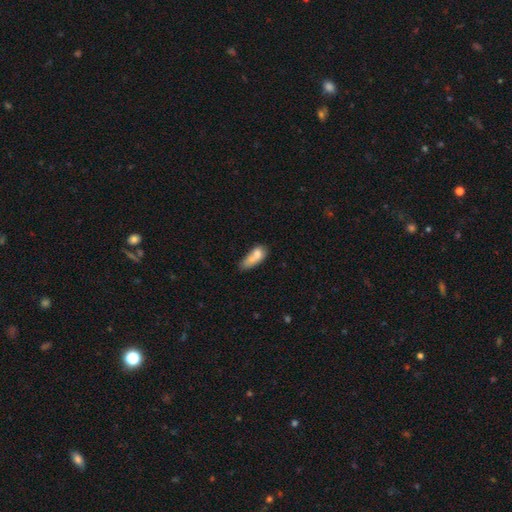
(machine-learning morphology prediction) A smooth galaxy with no disk features (72%) that is in between round and cigar-shaped (70%).

Vote fractions:
- Smooth or featured? smooth: 72% / featured or disk: 19% / star or artifact: 9%
- How rounded? in between: 70% / cigar-shaped: 24% / round: 6%
- Merging? merger: 29% (tied) / none: 29% (tied) / minor disturbance: 26% / major disturbance: 16%